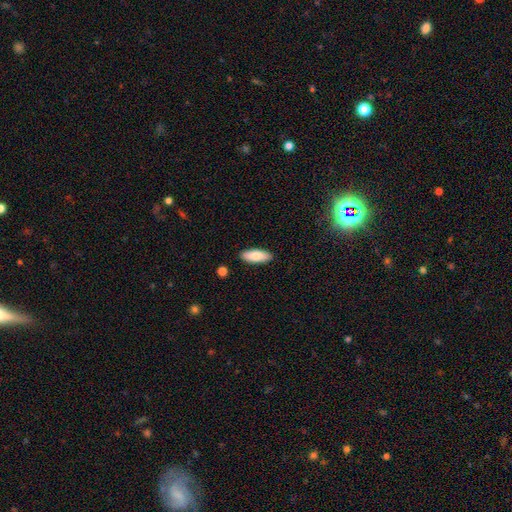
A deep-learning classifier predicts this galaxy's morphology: The model was most divided on "how rounded": in between: 74%, cigar-shaped: 24%, round: 2%. More confident: merging — none (89%); smooth or featured — smooth (82%).